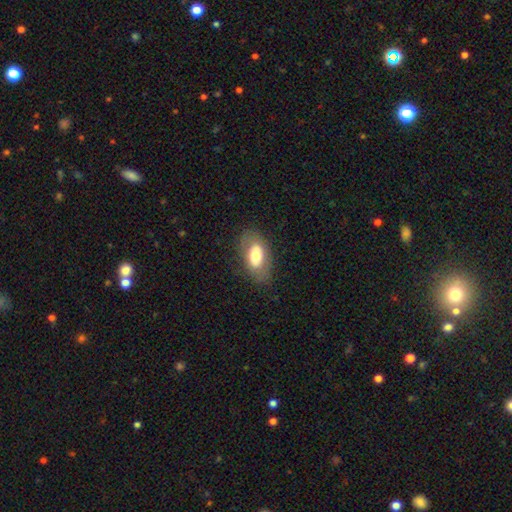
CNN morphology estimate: Smooth or featured: smooth — 64% (featured or disk — 29%)
How rounded: in between — 91% (round — 6%)
Merging: none — 78% (minor disturbance — 15%)